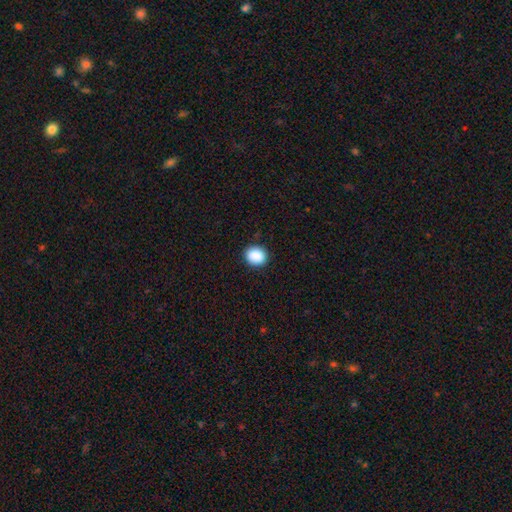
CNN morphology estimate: The model was most divided on "how rounded": round: 64%, in between: 35%, cigar-shaped: 1%. More confident: smooth or featured — smooth (89%); merging — none (89%).